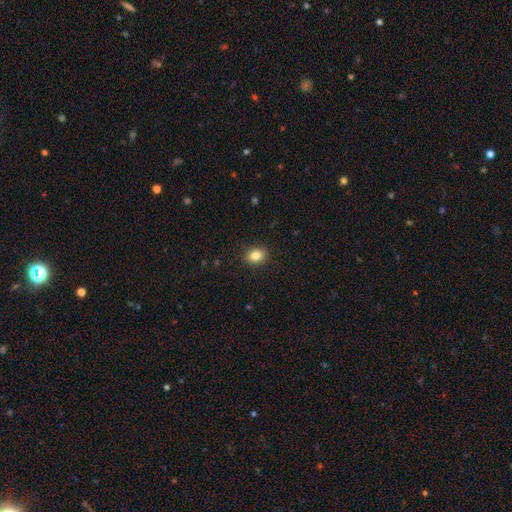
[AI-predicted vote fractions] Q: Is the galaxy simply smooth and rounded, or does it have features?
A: smooth — 83%.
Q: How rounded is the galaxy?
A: round — 51%.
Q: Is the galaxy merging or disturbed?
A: none — 90%.